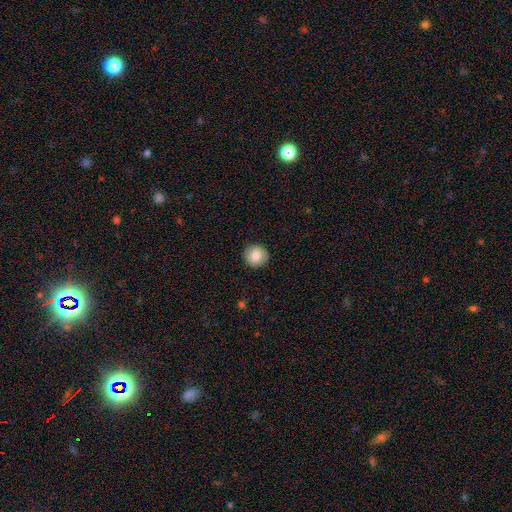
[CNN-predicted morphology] smooth_or_featured: smooth (p=0.84) [alt: featured or disk p=0.08]
how_rounded: round (p=0.92) [alt: in between p=0.07]
merging: none (p=0.91) [alt: minor disturbance p=0.06]